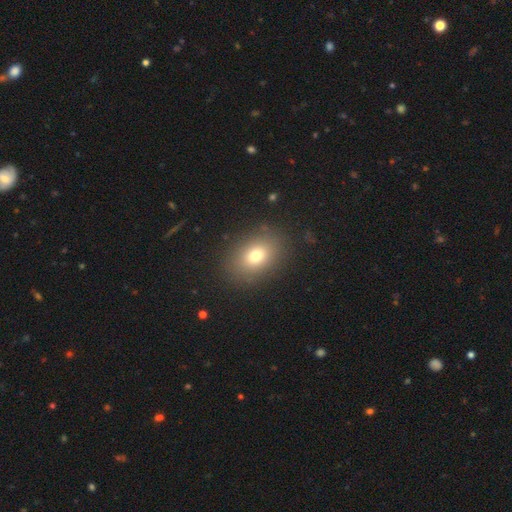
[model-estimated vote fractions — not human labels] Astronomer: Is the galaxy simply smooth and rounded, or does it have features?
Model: smooth — 76%.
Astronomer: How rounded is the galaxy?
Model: in between — 70%.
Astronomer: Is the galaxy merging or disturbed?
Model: none — 86%.